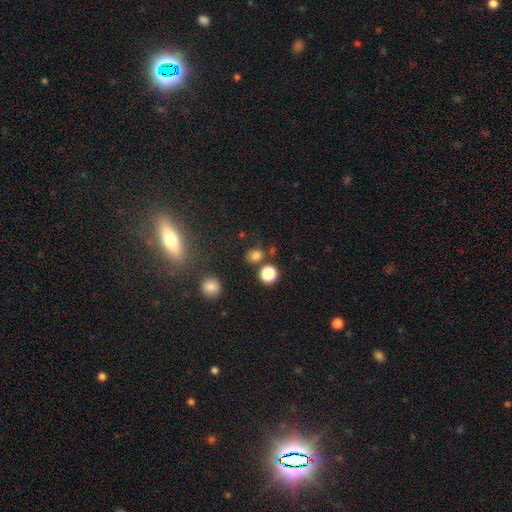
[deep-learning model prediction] A smooth galaxy with no disk features (75%) that is round (73%).

Vote fractions:
- Smooth or featured? smooth: 75% / star or artifact: 19% / featured or disk: 6%
- How rounded? round: 73% / in between: 26% / cigar-shaped: 1%
- Merging? none: 75% / merger: 11% / minor disturbance: 10% / major disturbance: 4%